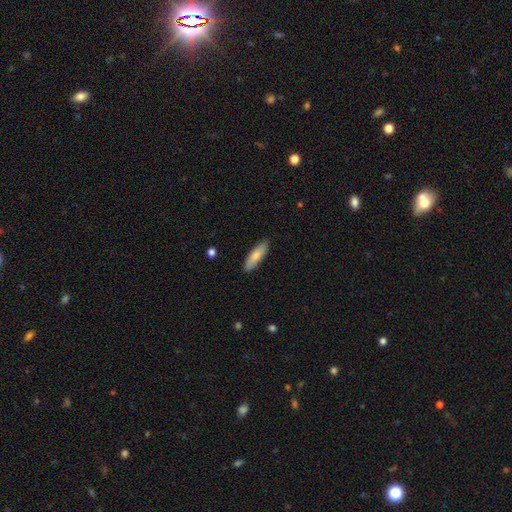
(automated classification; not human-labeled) A smooth galaxy with no disk features (79%) that is cigar-shaped (56%).

Vote fractions:
- Smooth or featured? smooth: 79% / featured or disk: 15% / star or artifact: 6%
- How rounded? cigar-shaped: 56% / in between: 42% / round: 2%
- Merging? none: 88% / minor disturbance: 9% / major disturbance: 2% / merger: 1%